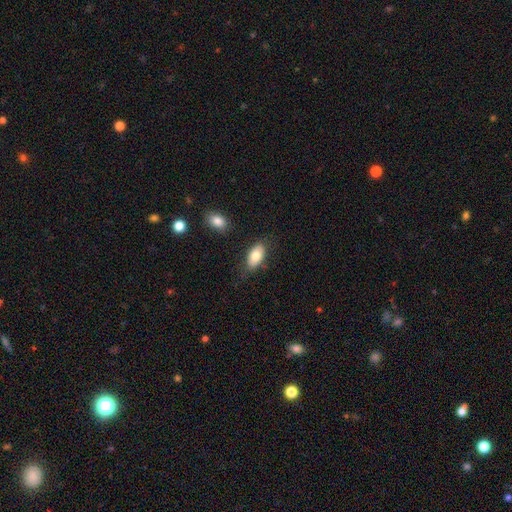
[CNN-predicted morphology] Q: Smooth or featured?
A: smooth (77%); runner-up: featured or disk (16%)
Q: How rounded?
A: in between (93%); runner-up: round (4%)
Q: Merging?
A: none (76%); runner-up: minor disturbance (16%)